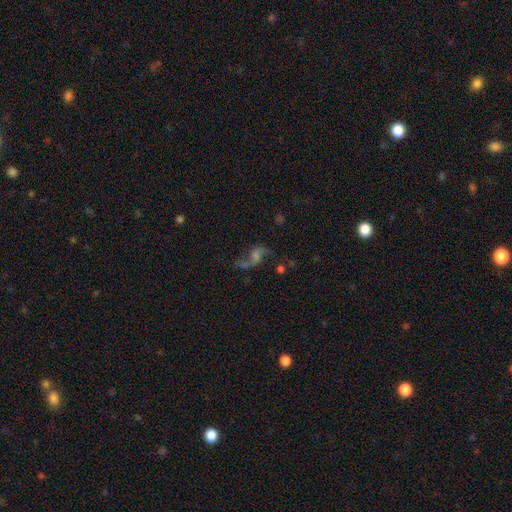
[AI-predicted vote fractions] This appears to be a featured or disk galaxy (70%) with no bar (52%), 2 (88%) loose (84%) spiral arms (90%) and no central bulge (34%). Merging: none (59%).